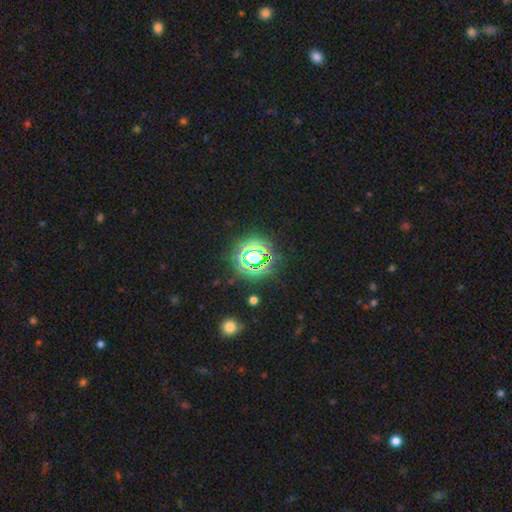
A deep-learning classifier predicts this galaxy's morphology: Overall: star or artifact (76%).